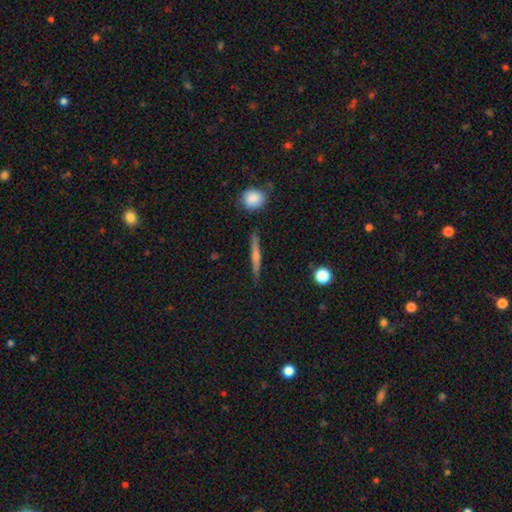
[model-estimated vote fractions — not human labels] Q: Smooth or featured?
A: featured or disk (59%); runner-up: smooth (29%)
Q: Edge-on disk?
A: yes (95%); runner-up: no (5%)
Q: Edge-on bulge?
A: rounded (69%); runner-up: none (22%)
Q: Merging?
A: none (87%); runner-up: minor disturbance (8%)